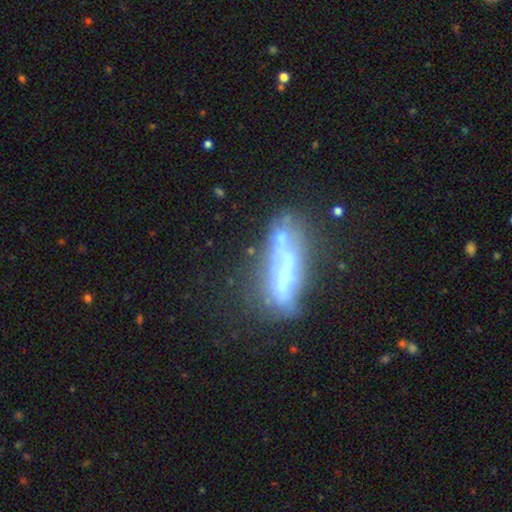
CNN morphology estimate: featured or disk 47%, smooth 39%, star or artifact 14%. Down the decision tree: merging — none (43%).